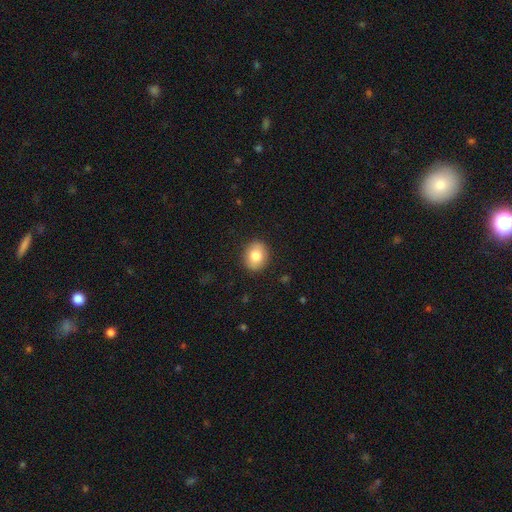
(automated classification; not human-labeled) Smooth or featured?
  - smooth: 81% *
  - featured or disk: 11%
  - star or artifact: 8%
How rounded?
  - round: 54% *
  - in between: 45%
  - cigar-shaped: 1%
Merging?
  - none: 89% *
  - minor disturbance: 8%
  - major disturbance: 2%
  - merger: 1%